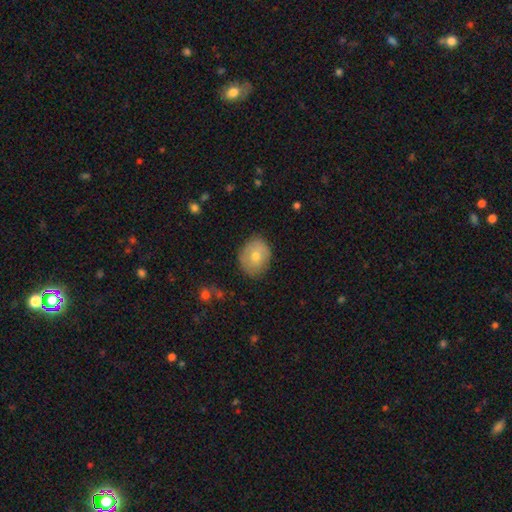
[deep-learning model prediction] This appears to be a smooth galaxy with no disk features (63%) that is round (58%). Merging: none (81%).